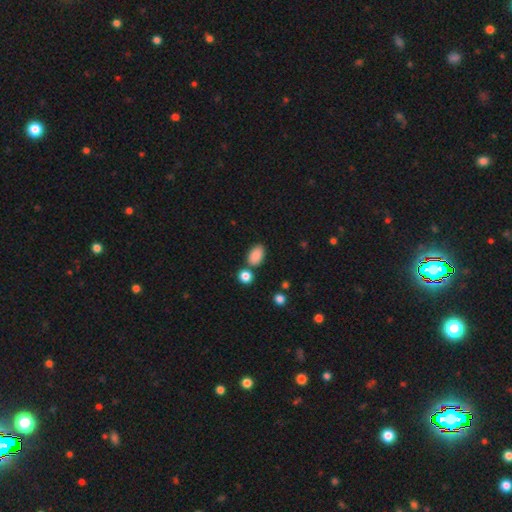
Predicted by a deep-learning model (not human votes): smooth-or-featured: smooth: 88% | star or artifact: 8% | featured or disk: 4%
  how-rounded: in between: 89% | round: 9% | cigar-shaped: 1%
  merging: none: 71% | merger: 13% | minor disturbance: 13% | major disturbance: 3%